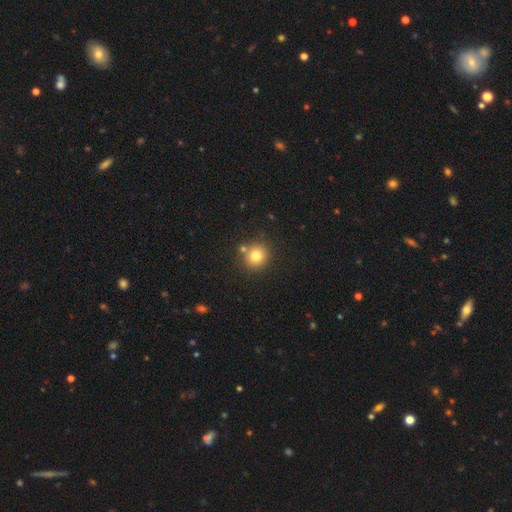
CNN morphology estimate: smooth 79%, star or artifact 12%, featured or disk 9%. Down the decision tree: how rounded — round (89%); merging — none (78%).